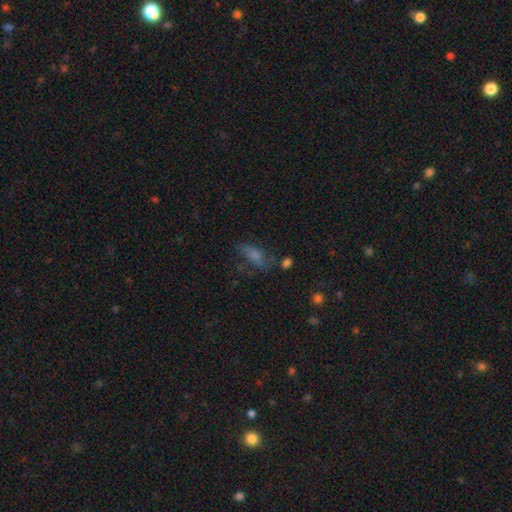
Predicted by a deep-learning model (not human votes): smooth-or-featured: smooth: 55% | featured or disk: 22% | star or artifact: 22%
  how-rounded: in between: 67% | cigar-shaped: 26% | round: 7%
  merging: none: 58% | minor disturbance: 22% | major disturbance: 14% | merger: 7%